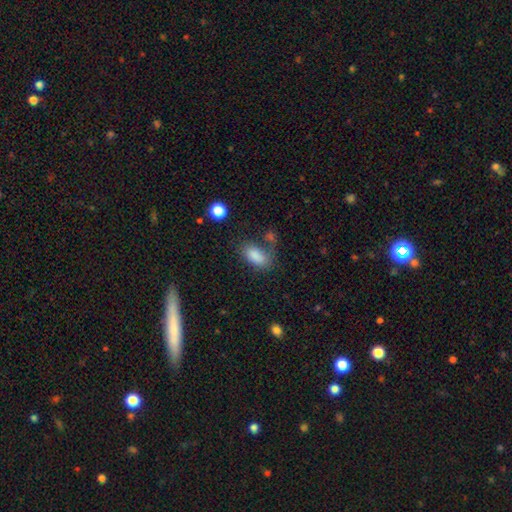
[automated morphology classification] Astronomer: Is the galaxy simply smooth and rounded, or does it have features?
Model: smooth — 84%.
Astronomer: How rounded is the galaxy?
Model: in between — 91%.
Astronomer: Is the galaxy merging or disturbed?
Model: none — 56%.